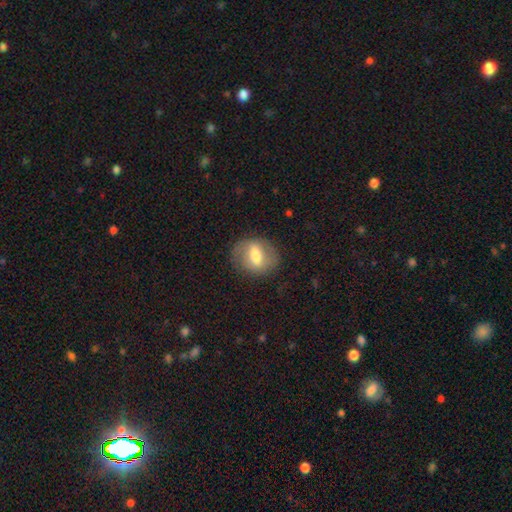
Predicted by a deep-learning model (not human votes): smooth_or_featured: smooth (p=0.52) [alt: featured or disk p=0.40]
how_rounded: round (p=0.51) [alt: in between p=0.46]
merging: none (p=0.80) [alt: minor disturbance p=0.13]